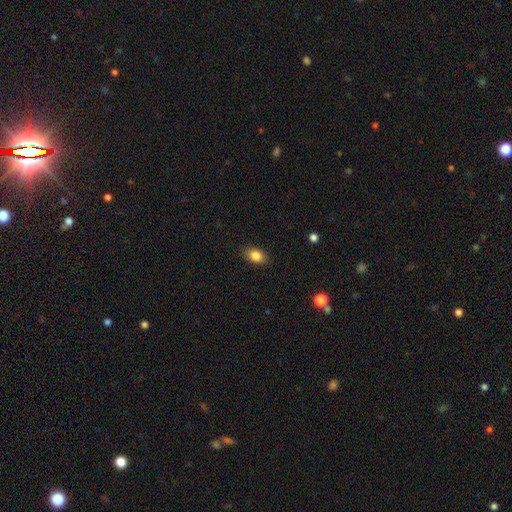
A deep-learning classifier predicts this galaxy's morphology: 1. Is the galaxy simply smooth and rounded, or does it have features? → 85% smooth, 9% star or artifact, 6% featured or disk.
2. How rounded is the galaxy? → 80% in between, 18% round, 2% cigar-shaped.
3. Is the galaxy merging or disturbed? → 87% none, 10% minor disturbance, 2% major disturbance, 1% merger.